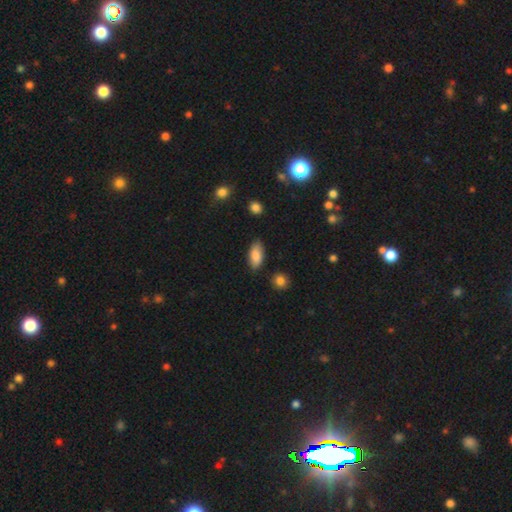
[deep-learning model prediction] The model was most divided on "merging": none: 80%, minor disturbance: 15%, major disturbance: 3%, merger: 2%. More confident: how rounded — in between (89%); smooth or featured — smooth (83%).